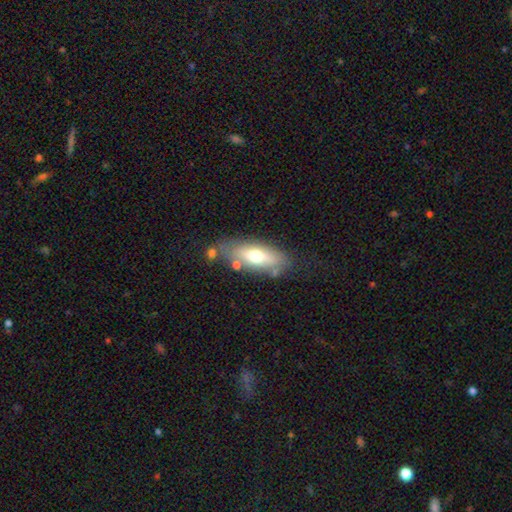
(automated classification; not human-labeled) Overall: smooth (61%; featured or disk 32%). How rounded: in between (71%). Merging: none (70%).